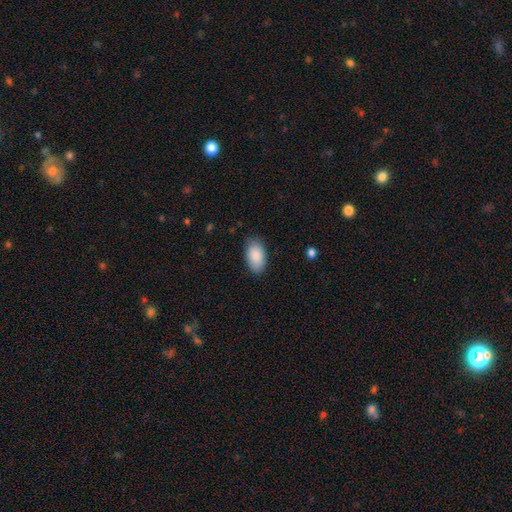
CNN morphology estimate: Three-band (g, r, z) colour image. It shows a smooth galaxy with no disk features (88%) that is in between round and cigar-shaped (95%). Merging: none (84%).